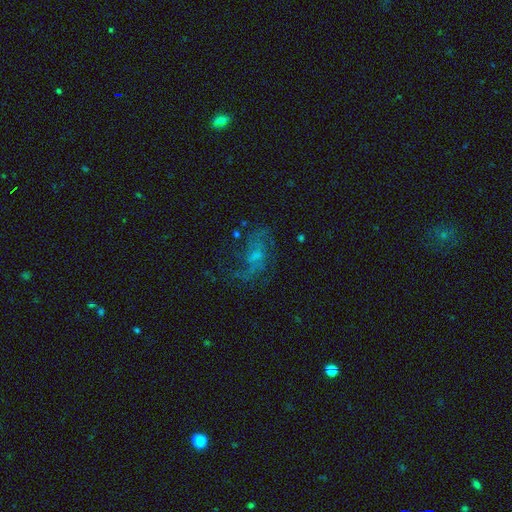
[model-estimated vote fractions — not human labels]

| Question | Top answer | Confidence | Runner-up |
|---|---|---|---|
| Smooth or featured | featured or disk | 66% | smooth (18%) |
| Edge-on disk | no | 96% | yes (4%) |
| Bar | no | 57% | weak (36%) |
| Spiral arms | yes | 79% | no (21%) |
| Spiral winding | loose | 68% | medium (25%) |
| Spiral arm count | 2 | 55% | 1 (22%) |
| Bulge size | small | 47% | none (29%) |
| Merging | none | 49% | major disturbance (30%) |